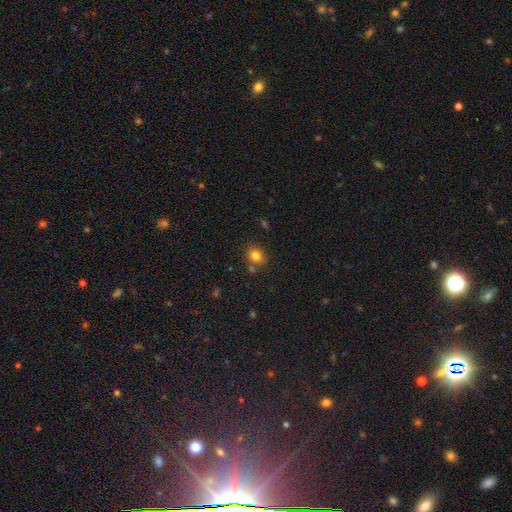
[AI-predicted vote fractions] Q: Smooth or featured?
A: smooth (80%); runner-up: star or artifact (13%)
Q: How rounded?
A: round (57%); runner-up: in between (42%)
Q: Merging?
A: none (73%); runner-up: minor disturbance (13%)